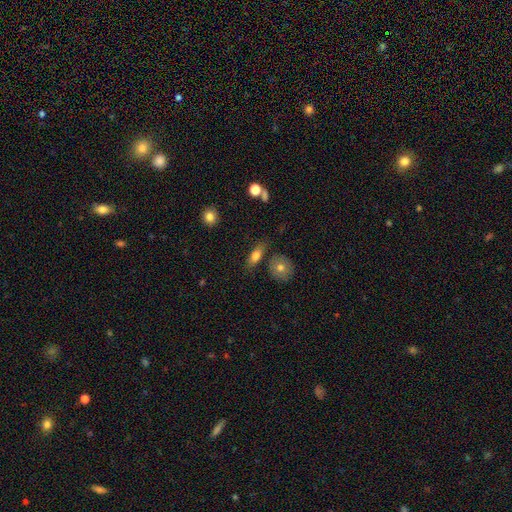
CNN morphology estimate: Smooth or featured? Predicted: smooth (p=0.69). How rounded? Predicted: in between (p=0.67). Merging? Predicted: none (p=0.73).